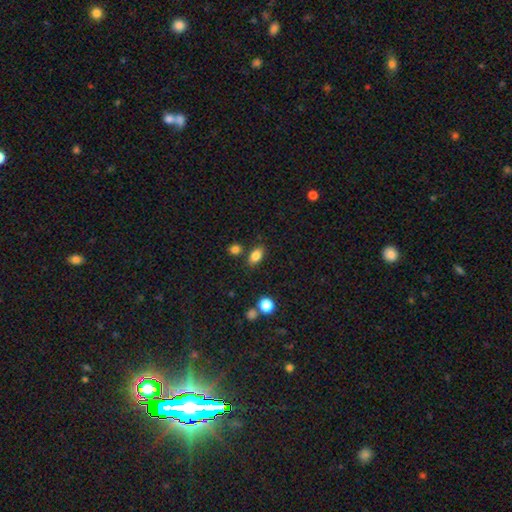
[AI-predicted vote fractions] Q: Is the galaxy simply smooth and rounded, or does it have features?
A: smooth — 83%.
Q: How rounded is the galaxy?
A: in between — 85%.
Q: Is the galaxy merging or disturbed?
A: none — 78%.